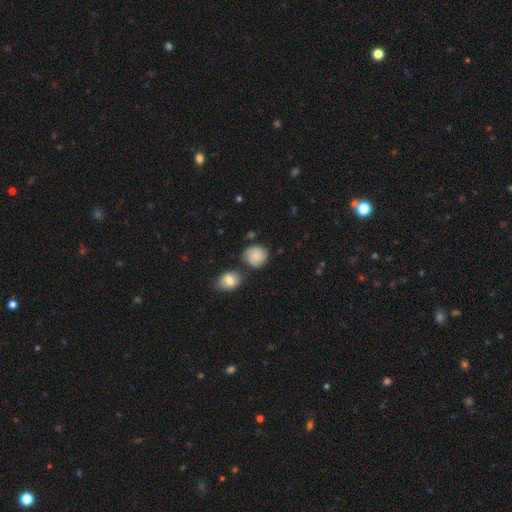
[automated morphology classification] Smooth or featured? Predicted: smooth (p=0.65). How rounded? Predicted: round (p=0.80). Merging? Predicted: none (p=0.68).